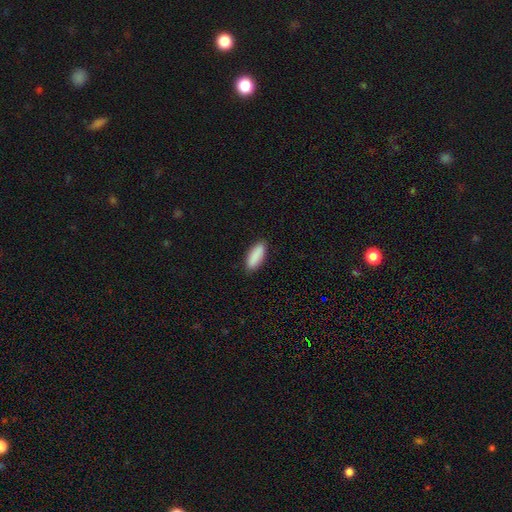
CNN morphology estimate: The model was most divided on "how rounded": in between: 67%, cigar-shaped: 31%, round: 2%. More confident: smooth or featured — smooth (90%); merging — none (89%).